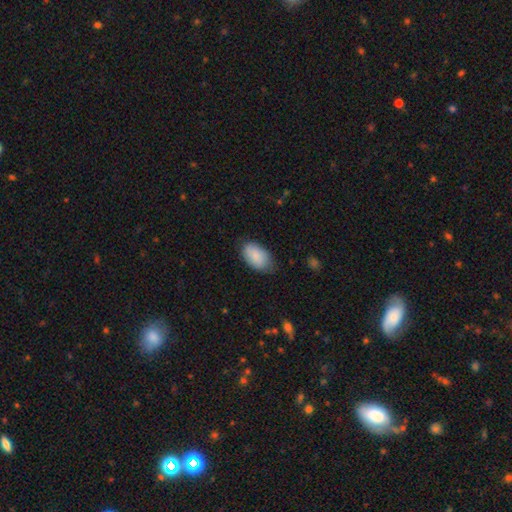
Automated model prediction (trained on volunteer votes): The model was most divided on "merging": none: 71%, minor disturbance: 23%, major disturbance: 4%, merger: 1%. More confident: how rounded — in between (94%); smooth or featured — smooth (87%).